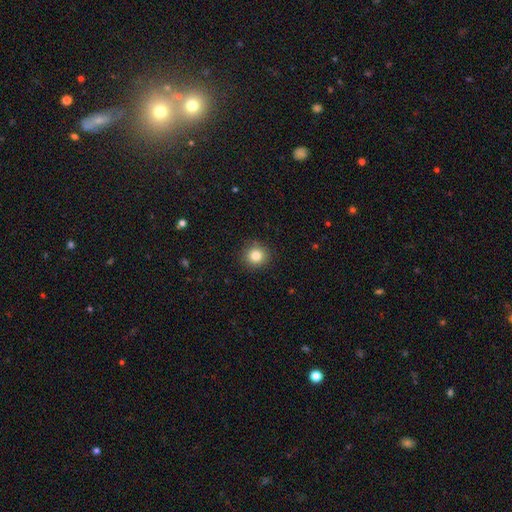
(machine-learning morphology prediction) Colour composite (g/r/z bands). It shows a smooth galaxy with no disk features (83%) that is round (91%). Merging: none (90%).